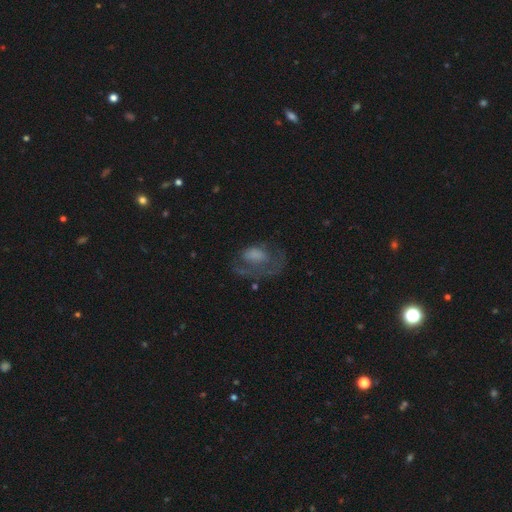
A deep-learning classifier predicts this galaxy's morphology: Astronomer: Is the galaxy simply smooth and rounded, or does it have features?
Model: smooth — 44%, tied with featured or disk at 44%.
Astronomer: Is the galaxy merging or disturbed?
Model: major disturbance — 45% (runner-up: none, 32%).